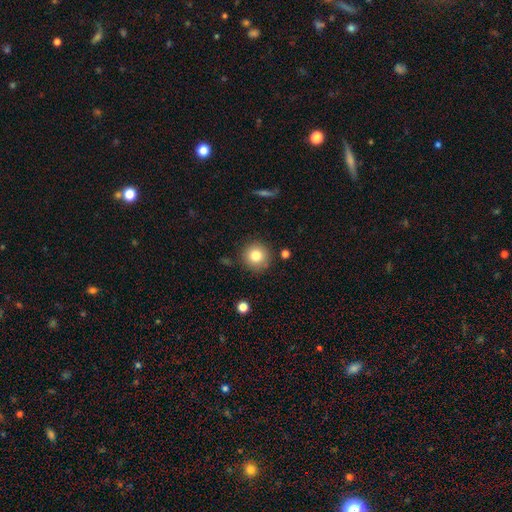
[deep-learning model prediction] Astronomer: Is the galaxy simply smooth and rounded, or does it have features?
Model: smooth — 81%.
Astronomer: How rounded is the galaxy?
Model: round — 95%.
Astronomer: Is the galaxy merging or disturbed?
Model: none — 88%.